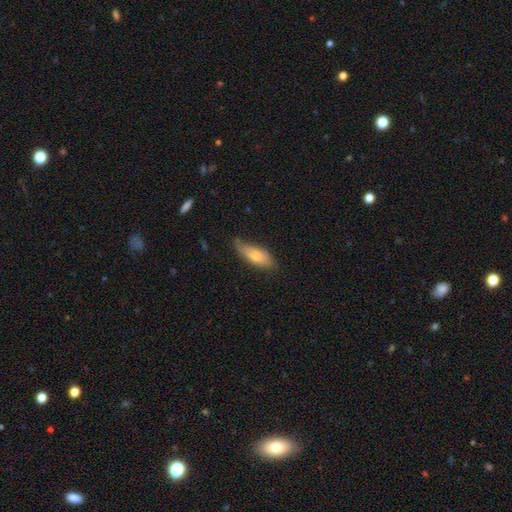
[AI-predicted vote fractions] This appears to be a smooth galaxy with no disk features (68%) that is in between round and cigar-shaped (63%). Merging: none (68%).